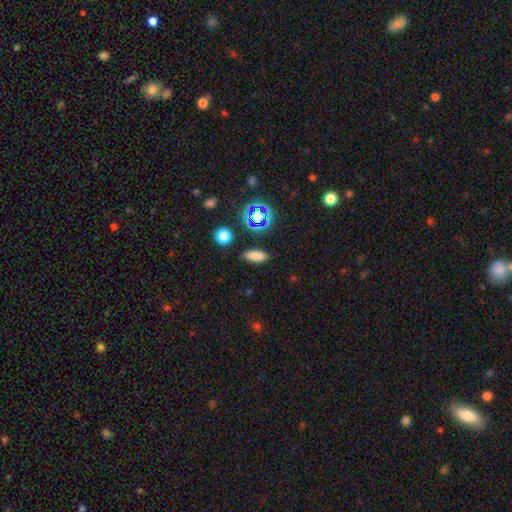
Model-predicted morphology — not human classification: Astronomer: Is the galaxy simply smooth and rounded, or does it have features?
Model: smooth — 76%.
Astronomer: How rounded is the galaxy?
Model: in between — 73%.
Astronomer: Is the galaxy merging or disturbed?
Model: none — 86%.